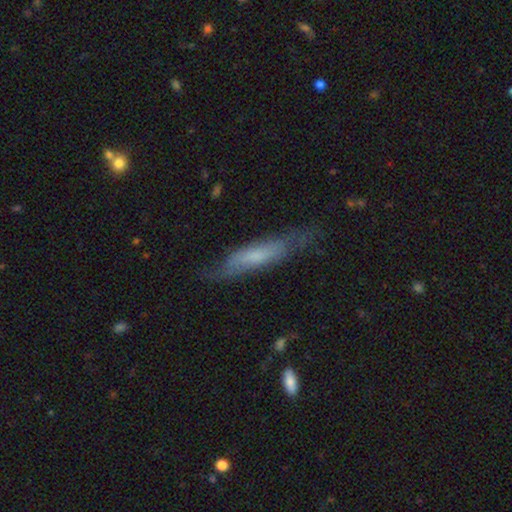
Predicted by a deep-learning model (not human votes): smooth-or-featured: smooth: 52% | featured or disk: 41% | star or artifact: 7%
  how-rounded: cigar-shaped: 82% | in between: 17% | round: 2%
  merging: none: 66% | minor disturbance: 23% | major disturbance: 9% | merger: 2%